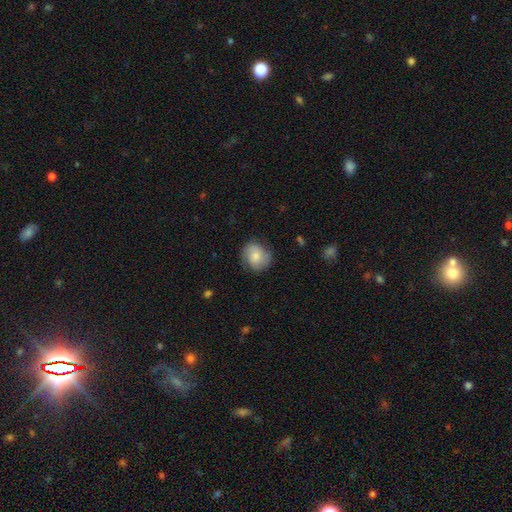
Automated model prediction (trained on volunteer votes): This is likely a smooth galaxy (70%). How rounded: likely round (74%). Merging: likely none (78%).